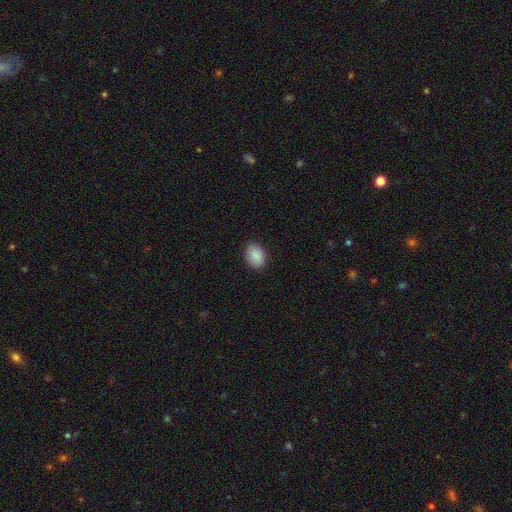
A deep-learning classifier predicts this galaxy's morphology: smooth 89%, star or artifact 7%, featured or disk 4%. Down the decision tree: how rounded — in between (73%); merging — none (87%).